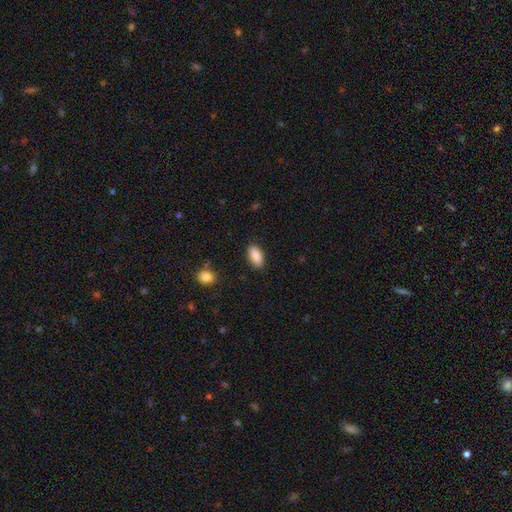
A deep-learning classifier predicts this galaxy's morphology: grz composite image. It shows a smooth galaxy with no disk features (89%) that is in between round and cigar-shaped (88%). Merging: none (86%).